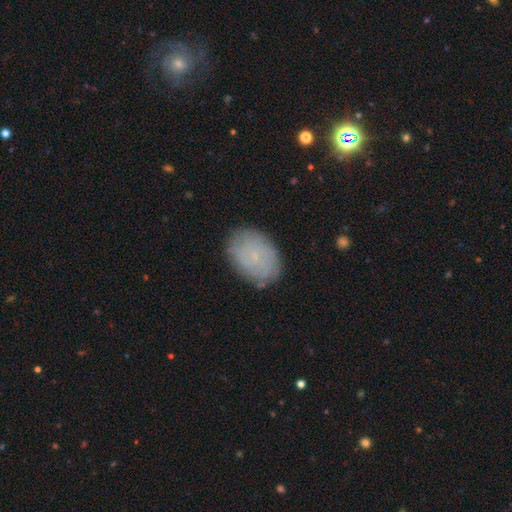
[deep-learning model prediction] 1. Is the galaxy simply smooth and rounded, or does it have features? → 59% smooth, 30% featured or disk, 11% star or artifact.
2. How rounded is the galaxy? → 80% in between, 19% round, 1% cigar-shaped.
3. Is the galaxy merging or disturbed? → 84% none, 12% minor disturbance, 3% major disturbance, 1% merger.